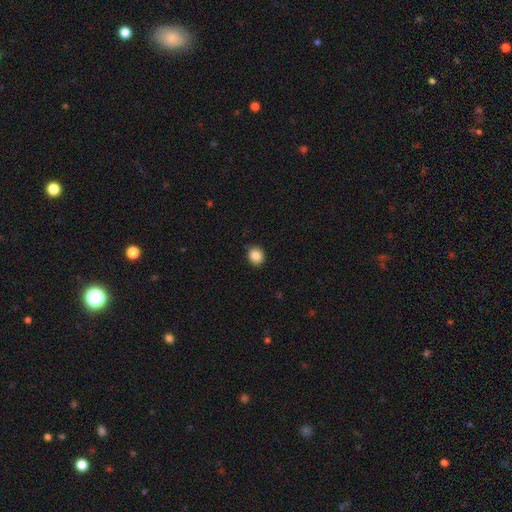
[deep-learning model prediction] This appears to be a smooth galaxy with no disk features (87%) that is round (76%). Merging: none (86%).